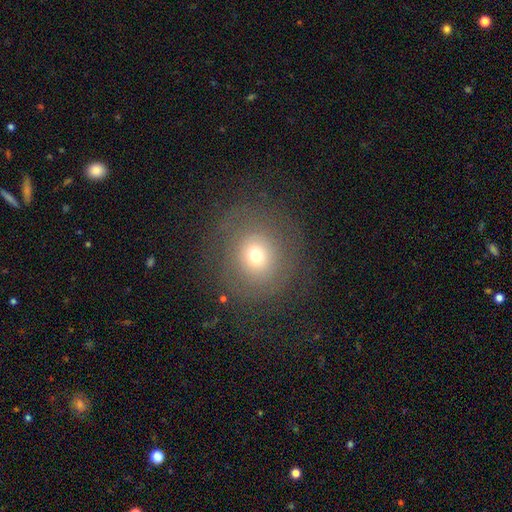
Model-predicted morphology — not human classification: Smooth or featured? Predicted: smooth (p=0.56). How rounded? Predicted: round (p=0.83). Merging? Predicted: none (p=0.74).